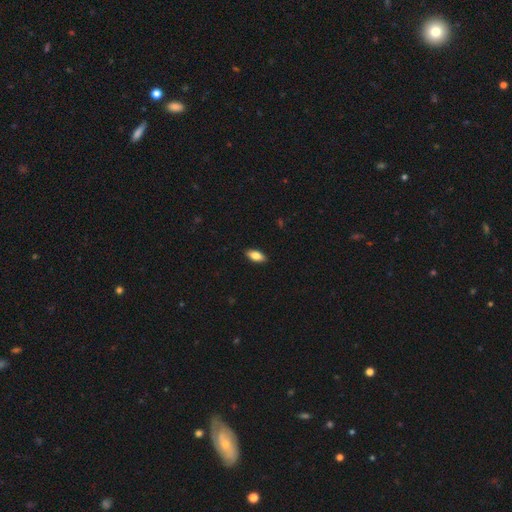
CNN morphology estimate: A smooth galaxy with no disk features (79%) that is in between round and cigar-shaped (88%). Merging: none (89%).